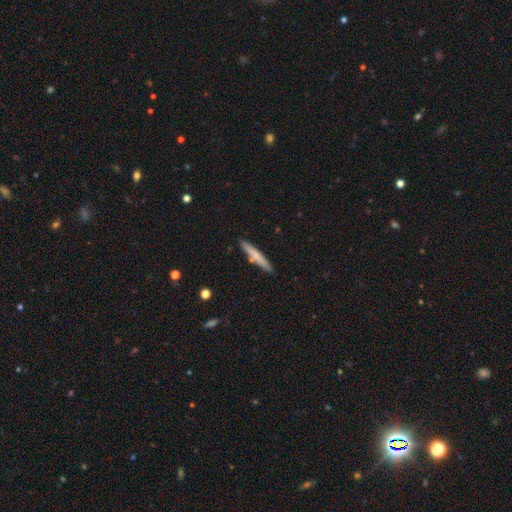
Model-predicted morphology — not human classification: A smooth galaxy with no disk features (68%) that is cigar-shaped (94%).

Vote fractions:
- Smooth or featured? smooth: 68% / featured or disk: 27% / star or artifact: 6%
- How rounded? cigar-shaped: 94% / in between: 5% / round: 1%
- Merging? none: 85% / minor disturbance: 9% / merger: 4% / major disturbance: 2%